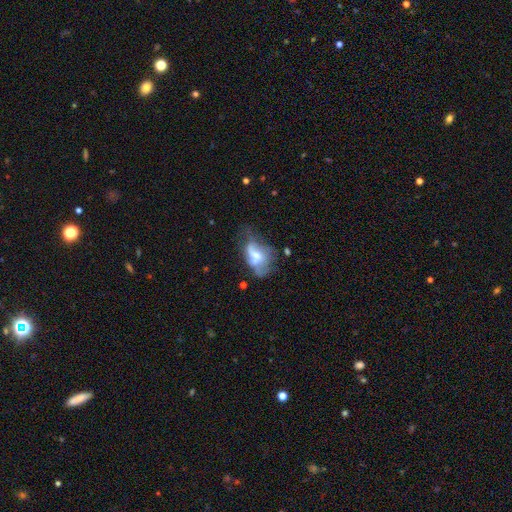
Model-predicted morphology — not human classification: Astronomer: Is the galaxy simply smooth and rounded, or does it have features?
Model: featured or disk — 53% (runner-up: smooth, 37%).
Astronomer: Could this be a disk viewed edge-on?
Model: no — 94%.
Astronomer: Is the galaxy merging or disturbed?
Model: major disturbance — 30% (runner-up: merger, 29%).